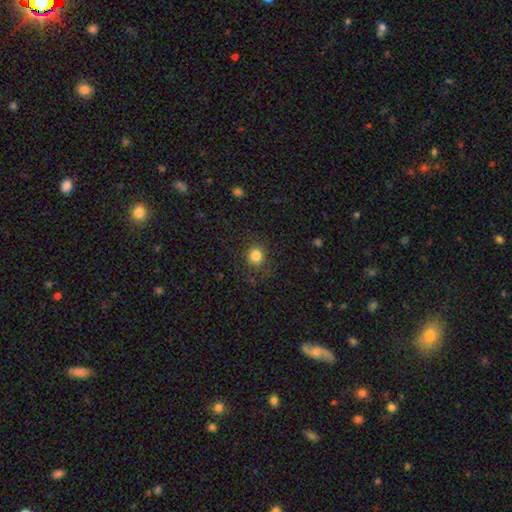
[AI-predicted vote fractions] Smooth or featured: smooth — 84% (star or artifact — 11%)
How rounded: round — 84% (in between — 16%)
Merging: none — 82% (minor disturbance — 11%)